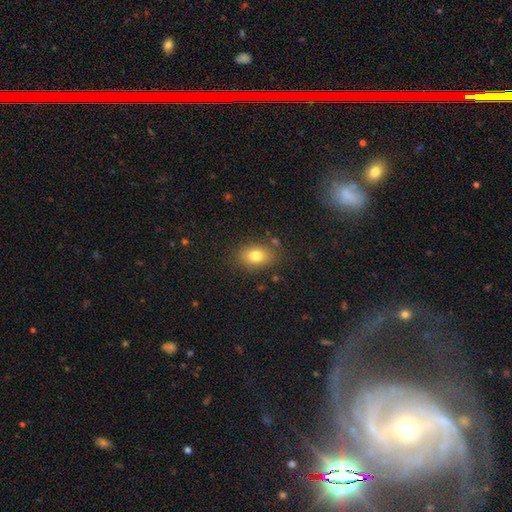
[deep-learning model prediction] smooth 79%, featured or disk 10%, star or artifact 10%. Down the decision tree: how rounded — in between (76%); merging — none (82%).